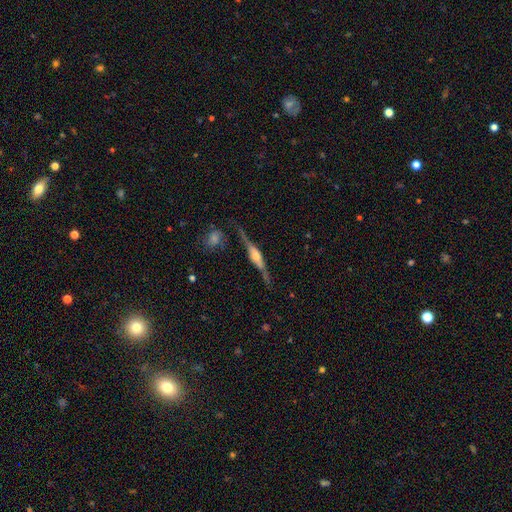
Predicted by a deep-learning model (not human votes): Smooth or featured?
  - featured or disk: 81% *
  - smooth: 13%
  - star or artifact: 6%
Edge-on disk?
  - yes: 95% *
  - no: 5%
Edge-on bulge?
  - rounded: 78% *
  - boxy: 18%
  - none: 4%
Merging?
  - none: 74% *
  - minor disturbance: 16%
  - major disturbance: 6%
  - merger: 4%